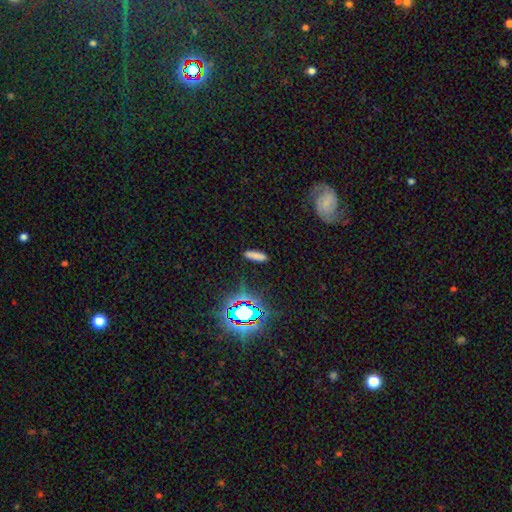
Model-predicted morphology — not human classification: smooth-or-featured: smooth: 74% | star or artifact: 18% | featured or disk: 8%
  how-rounded: cigar-shaped: 70% | in between: 28% | round: 2%
  merging: none: 86% | minor disturbance: 9% | major disturbance: 3% | merger: 2%